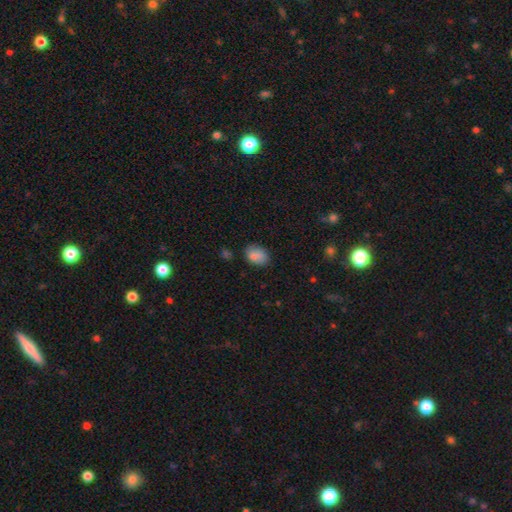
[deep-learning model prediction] The model was most divided on "how rounded": in between: 70%, round: 29%, cigar-shaped: 1%. More confident: smooth or featured — smooth (84%); merging — none (74%).